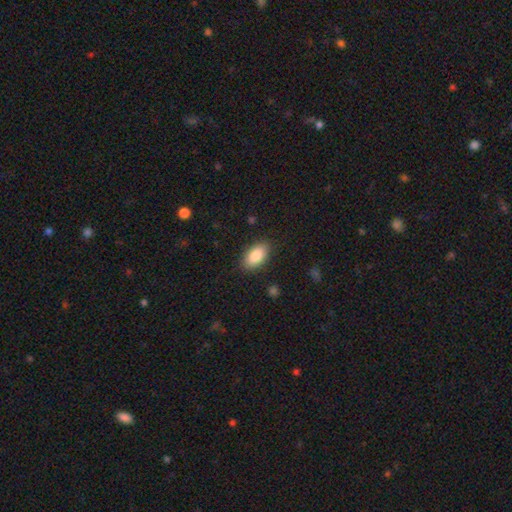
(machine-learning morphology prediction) This is clearly a smooth galaxy (86%). How rounded: clearly in between (93%). Merging: clearly none (86%).